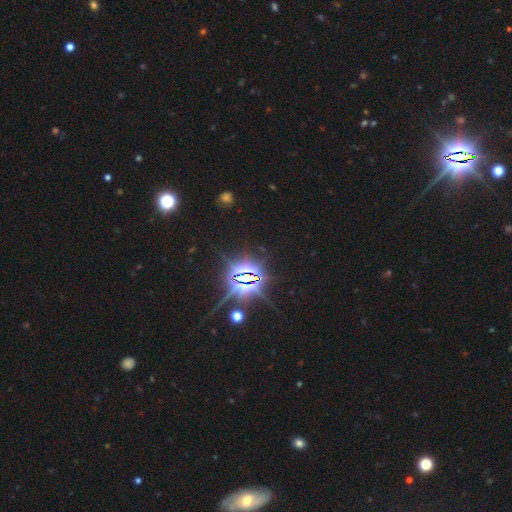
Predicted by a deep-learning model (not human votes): Q: Smooth or featured?
A: star or artifact (82%); runner-up: smooth (12%)